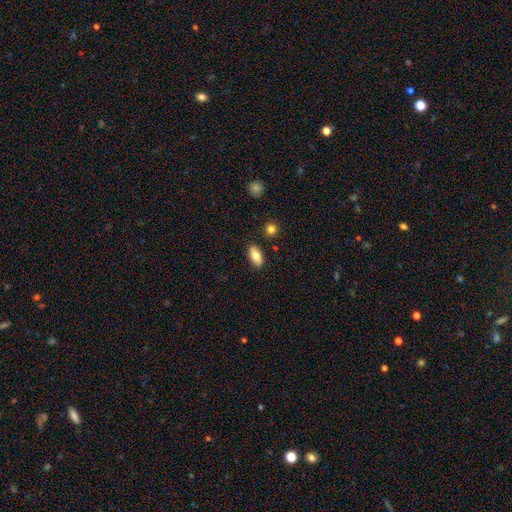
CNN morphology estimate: Smooth or featured?
  - smooth: 81% *
  - featured or disk: 12%
  - star or artifact: 7%
How rounded?
  - in between: 89% *
  - cigar-shaped: 8%
  - round: 3%
Merging?
  - none: 87% *
  - minor disturbance: 9%
  - merger: 2%
  - major disturbance: 2%